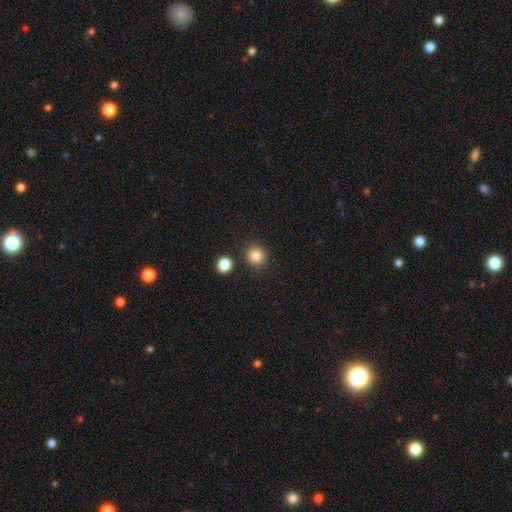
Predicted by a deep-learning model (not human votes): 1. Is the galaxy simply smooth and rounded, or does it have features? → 85% smooth, 11% star or artifact, 4% featured or disk.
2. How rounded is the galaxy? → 91% round, 8% in between, 1% cigar-shaped.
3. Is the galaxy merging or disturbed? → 87% none, 6% minor disturbance, 4% merger, 2% major disturbance.